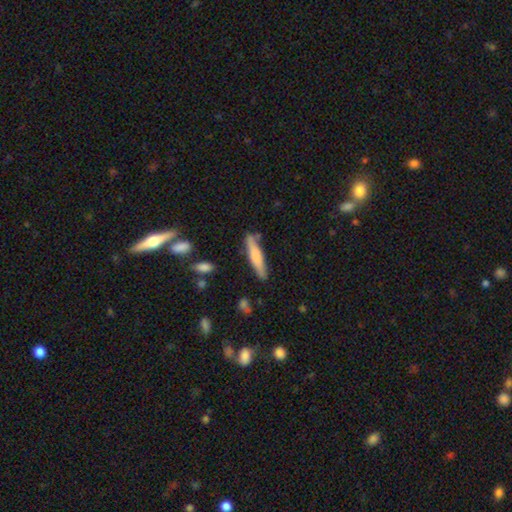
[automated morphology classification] Smooth or featured?
  - smooth: 70% *
  - featured or disk: 24%
  - star or artifact: 6%
How rounded?
  - cigar-shaped: 86% *
  - in between: 13%
  - round: 1%
Merging?
  - none: 77% *
  - minor disturbance: 15%
  - merger: 4%
  - major disturbance: 3%